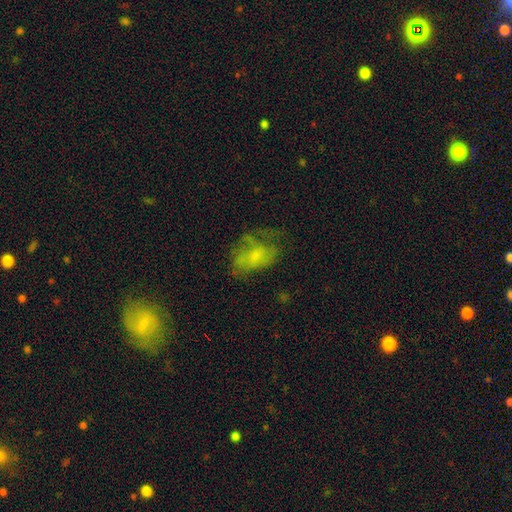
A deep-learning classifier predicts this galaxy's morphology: The model was most divided on "merging": major disturbance: 37%, none: 35%, minor disturbance: 26%, merger: 3%. Remaining: smooth or featured — smooth (48%).